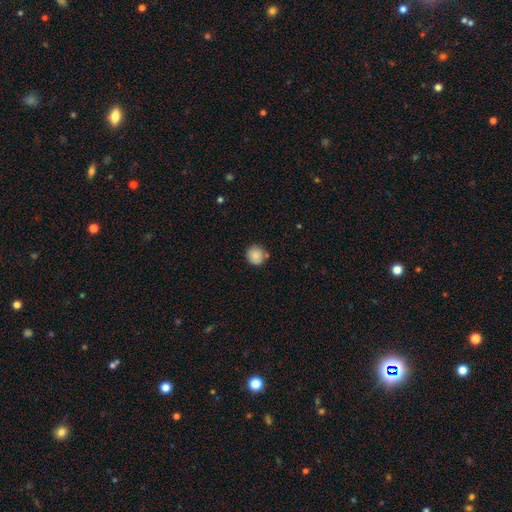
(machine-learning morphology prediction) Smooth or featured?
  - smooth: 88% *
  - star or artifact: 8%
  - featured or disk: 4%
How rounded?
  - round: 90% *
  - in between: 9%
  - cigar-shaped: 1%
Merging?
  - none: 80% *
  - minor disturbance: 12%
  - merger: 5%
  - major disturbance: 3%